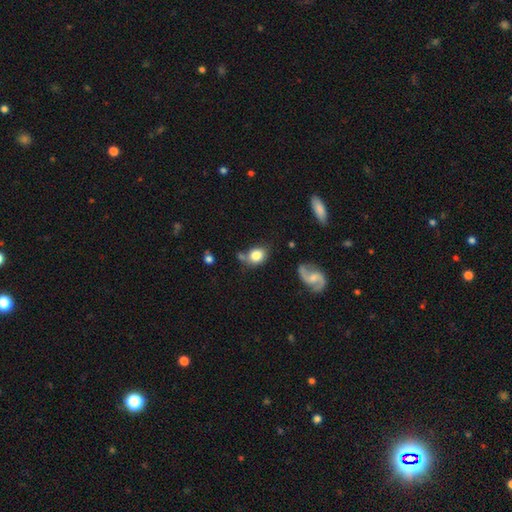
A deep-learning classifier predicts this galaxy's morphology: Q: Smooth or featured?
A: smooth (78%); runner-up: featured or disk (13%)
Q: How rounded?
A: in between (52%); runner-up: round (46%)
Q: Merging?
A: none (55%); runner-up: minor disturbance (22%)